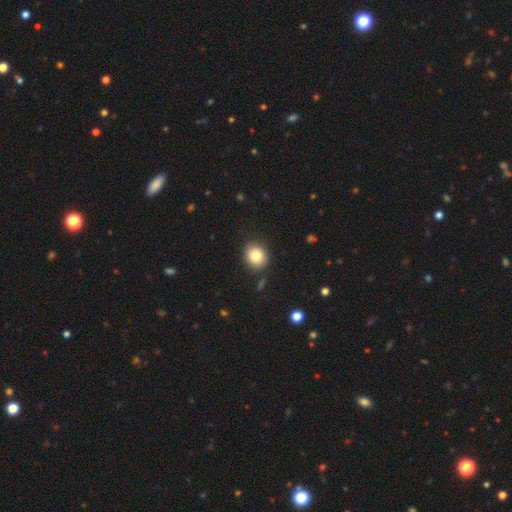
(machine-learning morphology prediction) This appears to be a smooth galaxy with no disk features (83%) that is round (74%). Merging: none (87%).